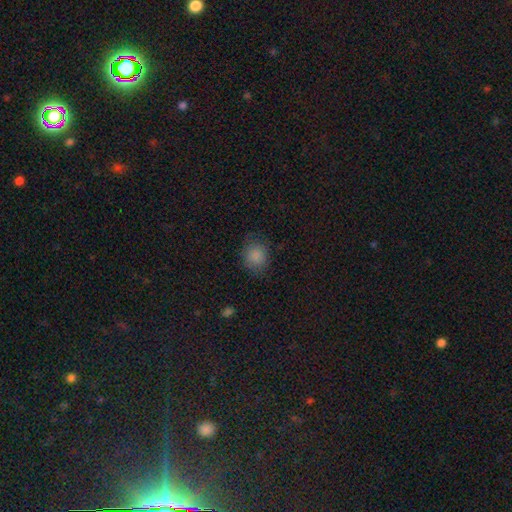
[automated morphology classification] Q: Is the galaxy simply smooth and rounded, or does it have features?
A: smooth — 85%.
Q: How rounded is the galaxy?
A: round — 76%.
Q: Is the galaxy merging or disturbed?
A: none — 79%.